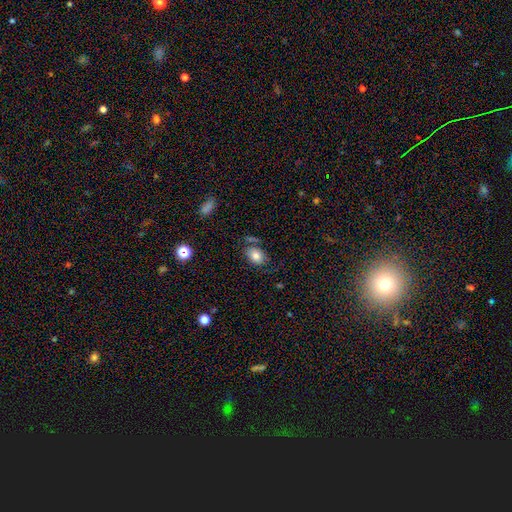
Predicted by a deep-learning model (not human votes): Morphology: type=smooth (79%); roundness=in between (76%); merging=none (66%).